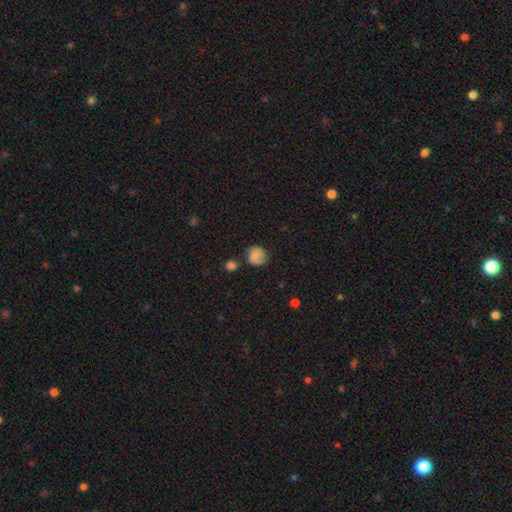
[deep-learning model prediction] Smooth or featured? Predicted: smooth (p=0.70). How rounded? Predicted: round (p=0.82). Merging? Predicted: none (p=0.64).